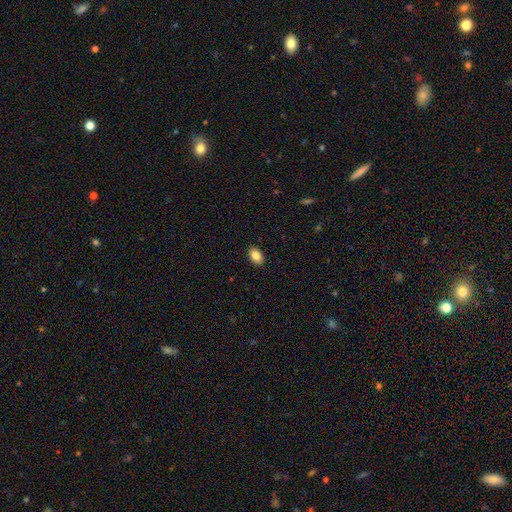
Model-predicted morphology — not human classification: Q: Smooth or featured?
A: smooth (85%); runner-up: star or artifact (8%)
Q: How rounded?
A: in between (83%); runner-up: round (16%)
Q: Merging?
A: none (89%); runner-up: minor disturbance (8%)